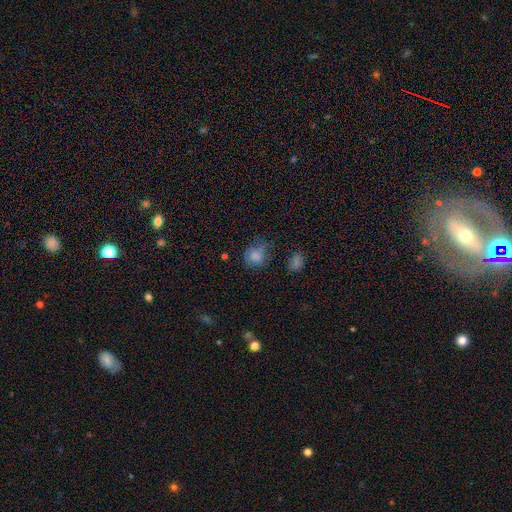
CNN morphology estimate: Smooth or featured: smooth — 80% (star or artifact — 12%)
How rounded: round — 72% (in between — 27%)
Merging: none — 59% (minor disturbance — 26%)